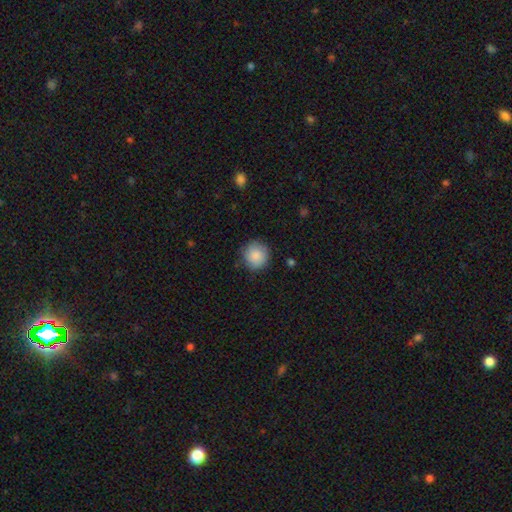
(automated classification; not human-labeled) A smooth galaxy with no disk features (87%) that is round (92%).

Vote fractions:
- Smooth or featured? smooth: 87% / star or artifact: 7% / featured or disk: 6%
- How rounded? round: 92% / in between: 7% / cigar-shaped: 1%
- Merging? none: 86% / minor disturbance: 11% / major disturbance: 2% / merger: 1%